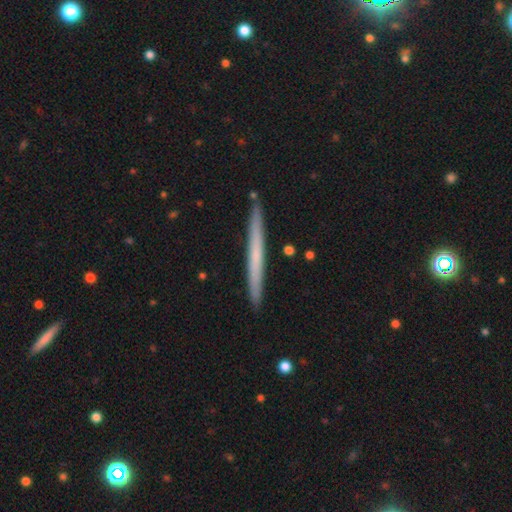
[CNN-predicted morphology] smooth_or_featured: smooth (p=0.49) [alt: featured or disk p=0.45]
merging: none (p=0.91) [alt: minor disturbance p=0.06]